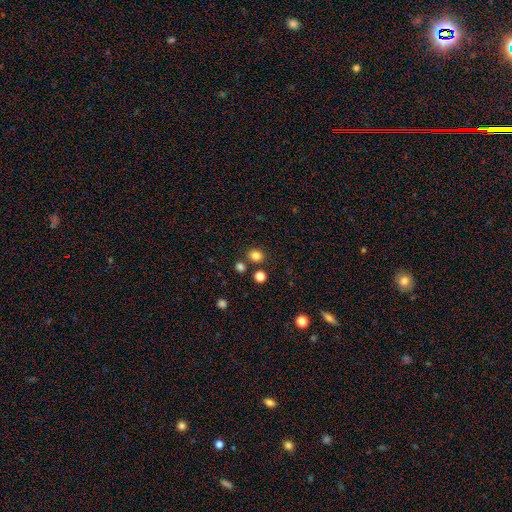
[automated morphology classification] smooth-or-featured: smooth: 82% | star or artifact: 13% | featured or disk: 4%
  how-rounded: round: 73% | in between: 26% | cigar-shaped: 1%
  merging: none: 79% | merger: 10% | minor disturbance: 8% | major disturbance: 3%